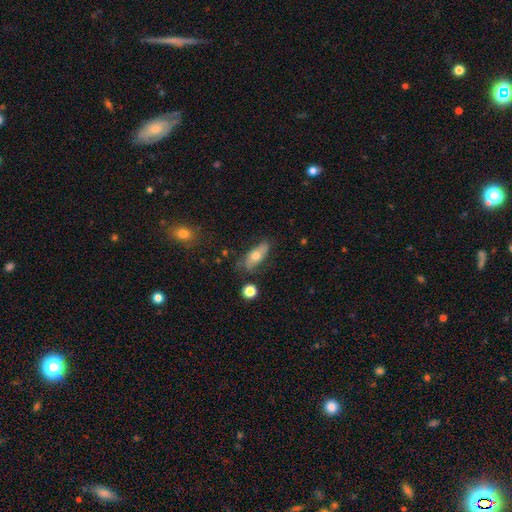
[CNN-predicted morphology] smooth-or-featured: smooth: 55% | featured or disk: 38% | star or artifact: 8%
  how-rounded: in between: 74% | cigar-shaped: 21% | round: 5%
  merging: none: 66% | minor disturbance: 24% | major disturbance: 7% | merger: 3%